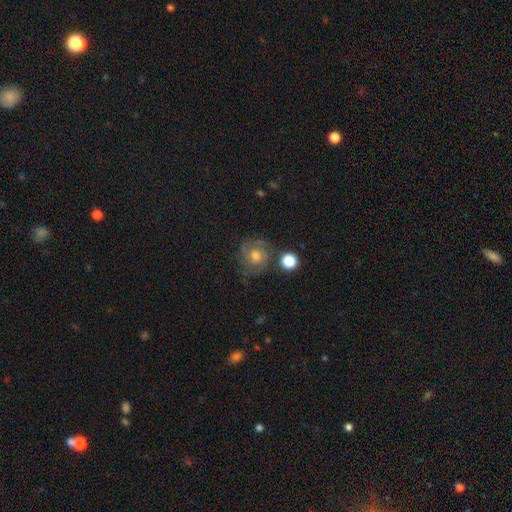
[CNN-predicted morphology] smooth_or_featured: featured or disk (p=0.63) [alt: smooth p=0.25]
disk_edge_on: no (p=0.97) [alt: yes p=0.03]
bar: no (p=0.76) [alt: weak p=0.21]
has_spiral_arms: yes (p=0.91) [alt: no p=0.09]
spiral_winding: tight (p=0.54) [alt: medium p=0.37]
spiral_arm_count: 2 (p=0.31) [alt: 3 p=0.29]
bulge_size: moderate (p=0.66) [alt: small p=0.21]
merging: none (p=0.71) [alt: minor disturbance p=0.16]